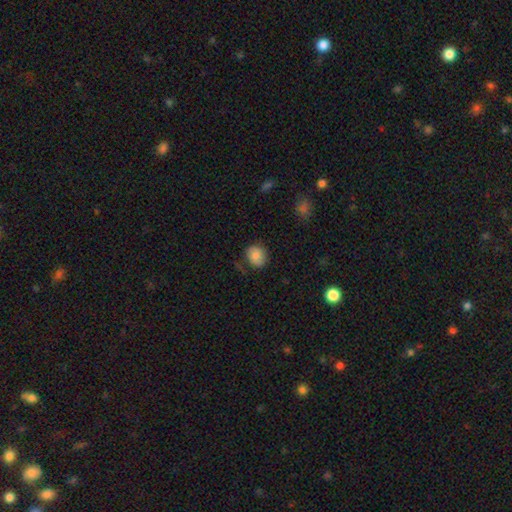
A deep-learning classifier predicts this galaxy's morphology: Smooth or featured: smooth — 84% (star or artifact — 8%)
How rounded: round — 72% (in between — 27%)
Merging: none — 76% (minor disturbance — 18%)